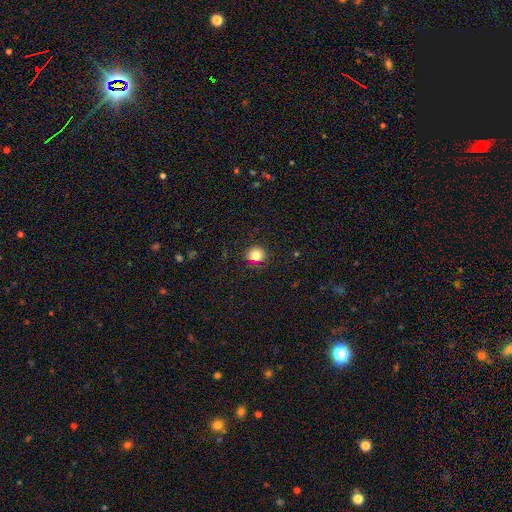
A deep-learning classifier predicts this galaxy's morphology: smooth-or-featured: smooth: 81% | star or artifact: 13% | featured or disk: 6%
  how-rounded: round: 86% | in between: 13% | cigar-shaped: 1%
  merging: none: 86% | minor disturbance: 10% | major disturbance: 3% | merger: 1%